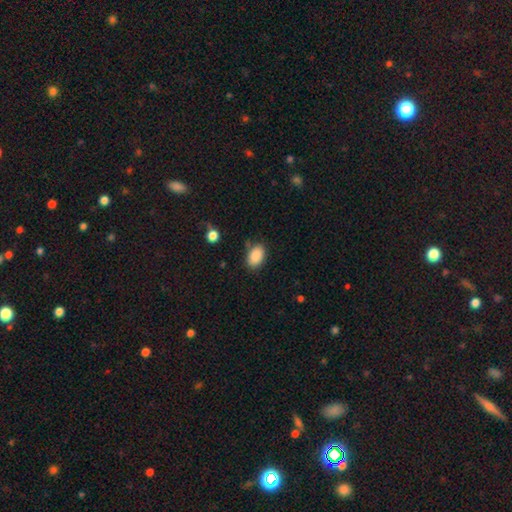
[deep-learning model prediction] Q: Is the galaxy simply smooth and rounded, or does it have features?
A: smooth — 88%.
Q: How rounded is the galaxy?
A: in between — 89%.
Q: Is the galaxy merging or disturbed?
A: none — 78%.